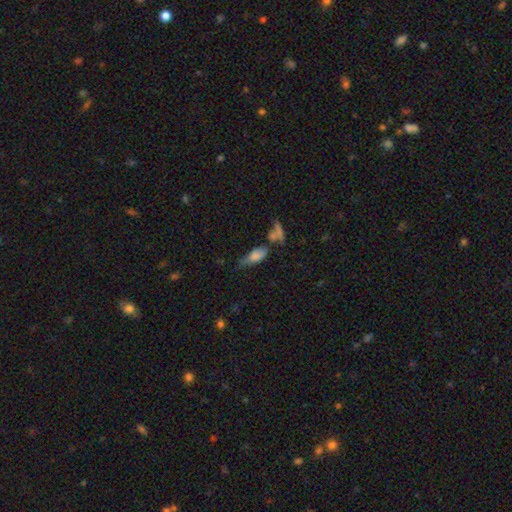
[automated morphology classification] Smooth or featured? Predicted: smooth (p=0.68). How rounded? Predicted: in between (p=0.73). Merging? Predicted: none (p=0.39).